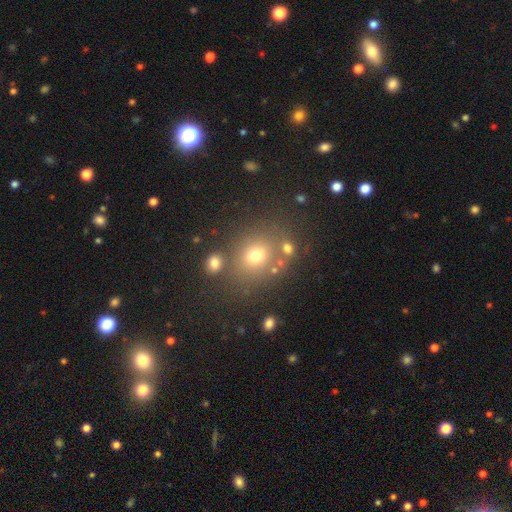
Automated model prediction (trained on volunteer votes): Smooth or featured: smooth — 68% (star or artifact — 19%)
How rounded: round — 65% (in between — 34%)
Merging: none — 71% (minor disturbance — 12%)